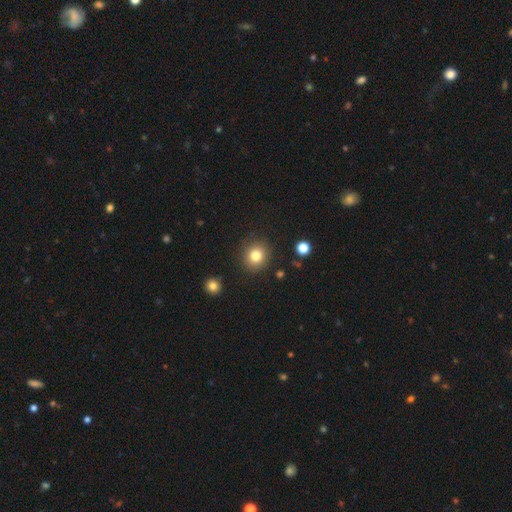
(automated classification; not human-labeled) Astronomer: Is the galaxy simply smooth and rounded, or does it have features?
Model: smooth — 82%.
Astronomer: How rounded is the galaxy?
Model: round — 86%.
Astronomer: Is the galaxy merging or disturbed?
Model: none — 88%.